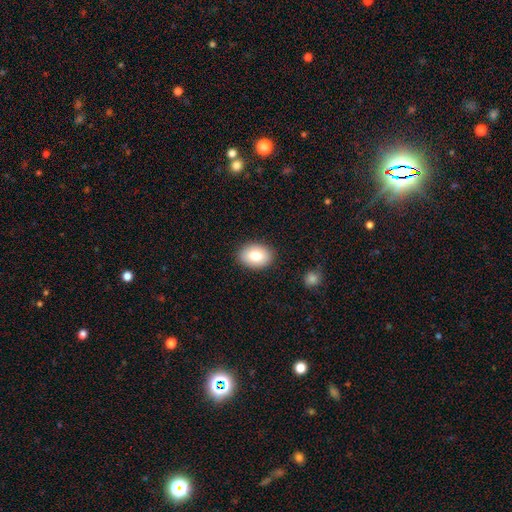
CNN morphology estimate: smooth-or-featured: smooth: 79% | featured or disk: 14% | star or artifact: 8%
  how-rounded: in between: 76% | round: 23% | cigar-shaped: 1%
  merging: none: 88% | minor disturbance: 9% | major disturbance: 2% | merger: 1%